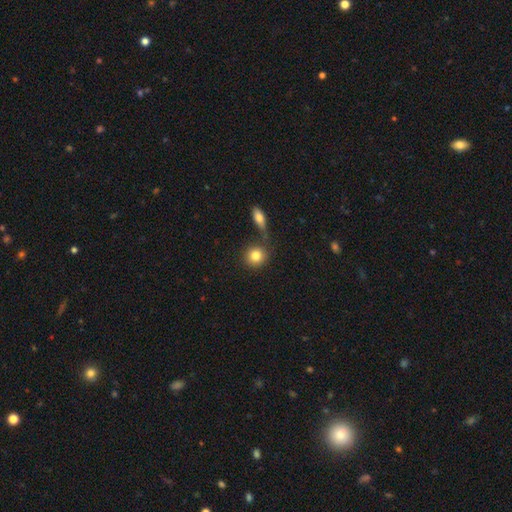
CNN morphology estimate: Smooth or featured? smooth (81%)
How rounded? round (85%)
Merging? none (71%)